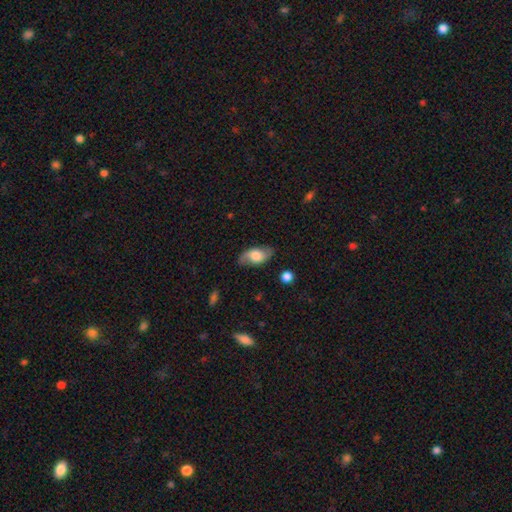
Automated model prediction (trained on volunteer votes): smooth-or-featured: featured or disk: 48% | smooth: 45% | star or artifact: 8%
  merging: none: 77% | minor disturbance: 17% | major disturbance: 5% | merger: 1%